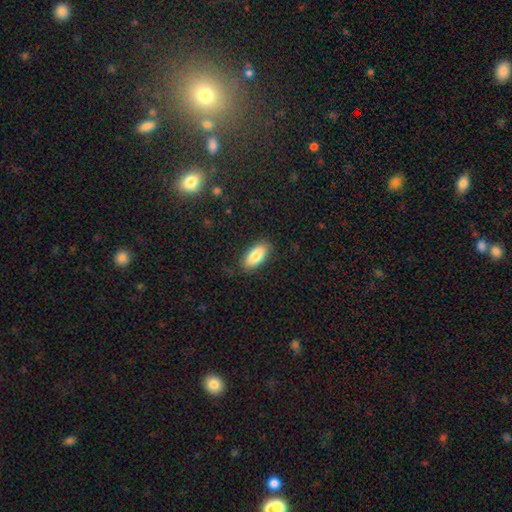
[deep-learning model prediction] Smooth or featured: smooth — 84% (featured or disk — 9%)
How rounded: in between — 86% (cigar-shaped — 12%)
Merging: none — 86% (minor disturbance — 10%)